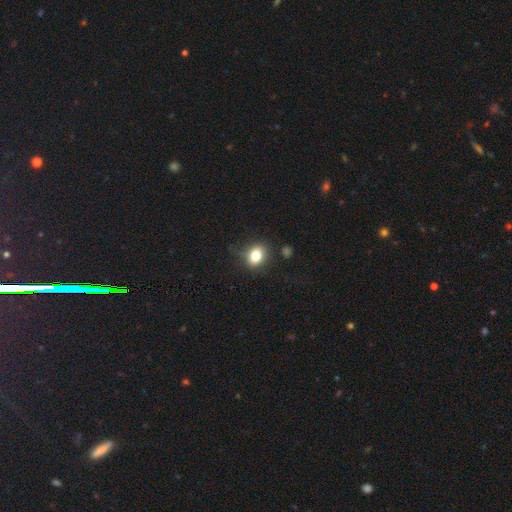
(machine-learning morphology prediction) Overall: smooth (79%). How rounded: in between (55%; round 44%). Merging: none (74%).